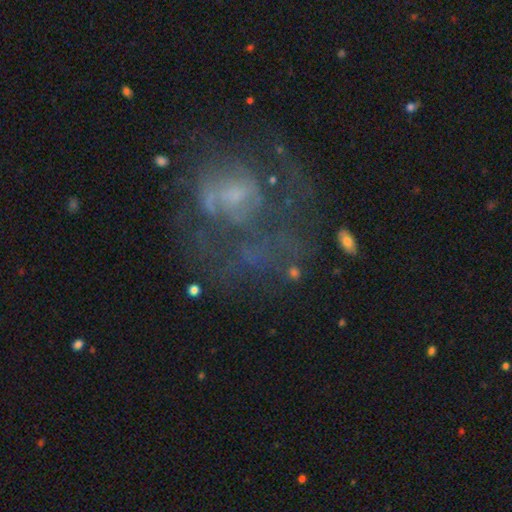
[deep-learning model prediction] Smooth or featured? featured or disk (63%)
Edge-on disk? no (98%)
Bar? no (75%)
Spiral arms? no (59%)
Bulge size? small (44%)
Merging? major disturbance (40%)